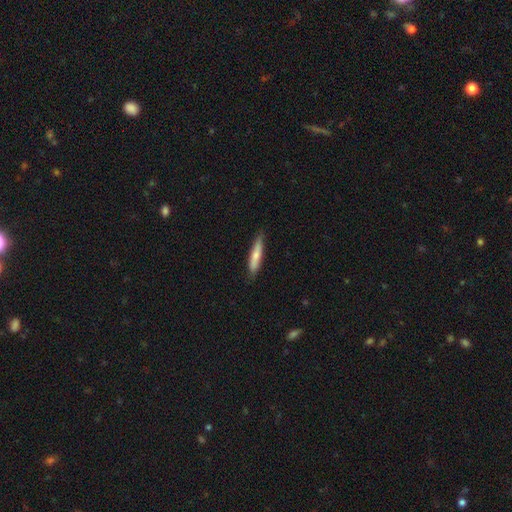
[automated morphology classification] Smooth or featured: smooth — 69% (featured or disk — 25%)
How rounded: cigar-shaped — 85% (in between — 14%)
Merging: none — 84% (minor disturbance — 13%)